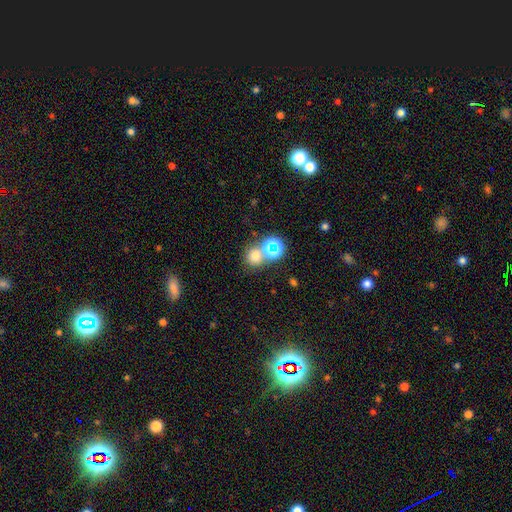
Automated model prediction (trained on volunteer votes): smooth 66%, star or artifact 25%, featured or disk 9%. Down the decision tree: how rounded — round (84%); merging — none (59%).